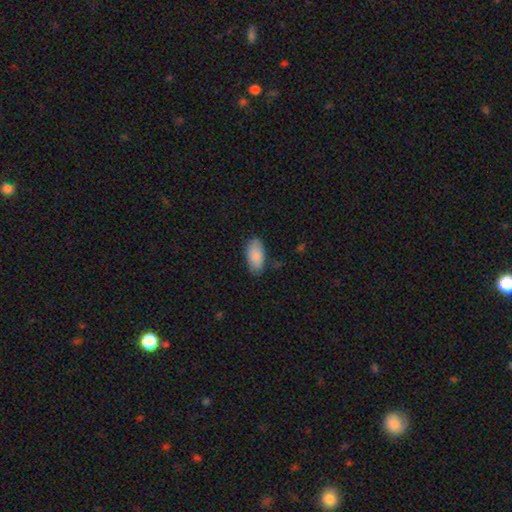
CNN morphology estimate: A smooth galaxy with no disk features (88%) that is in between round and cigar-shaped (93%). Merging: none (79%).